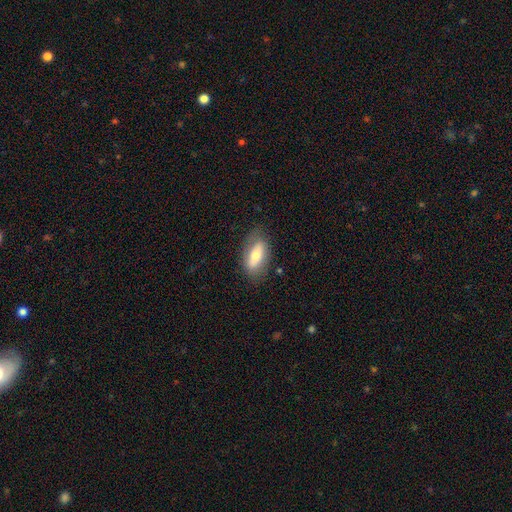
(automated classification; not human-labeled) Smooth or featured? smooth (58%)
How rounded? in between (83%)
Merging? none (78%)